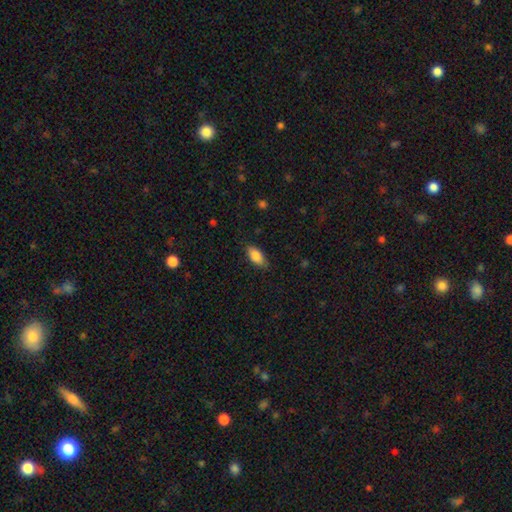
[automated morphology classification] Smooth or featured: smooth — 86% (featured or disk — 7%)
How rounded: in between — 89% (cigar-shaped — 9%)
Merging: none — 82% (minor disturbance — 14%)